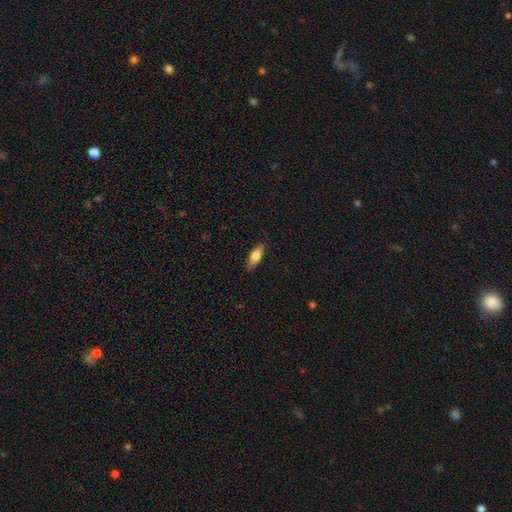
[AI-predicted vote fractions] Overall: smooth (69%). How rounded: in between (60%; cigar-shaped 38%). Merging: none (85%).